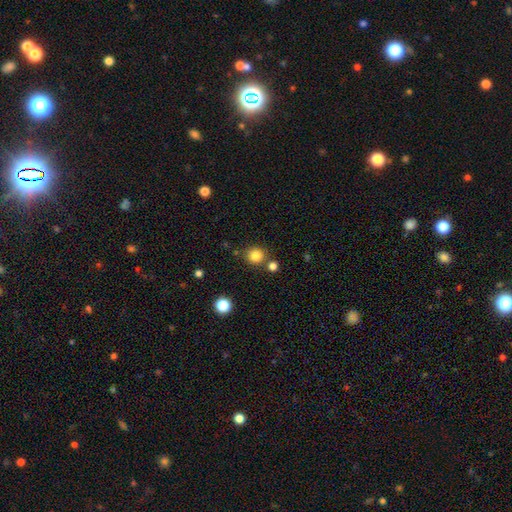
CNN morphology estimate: smooth-or-featured: smooth: 84% | star or artifact: 12% | featured or disk: 4%
  how-rounded: round: 91% | in between: 8% | cigar-shaped: 1%
  merging: none: 80% | merger: 9% | minor disturbance: 8% | major disturbance: 3%